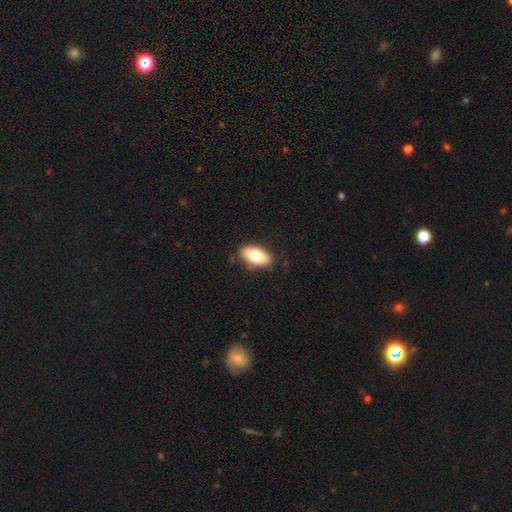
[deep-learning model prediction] This is likely a smooth galaxy (76%). How rounded: clearly in between (90%). Merging: clearly none (84%).